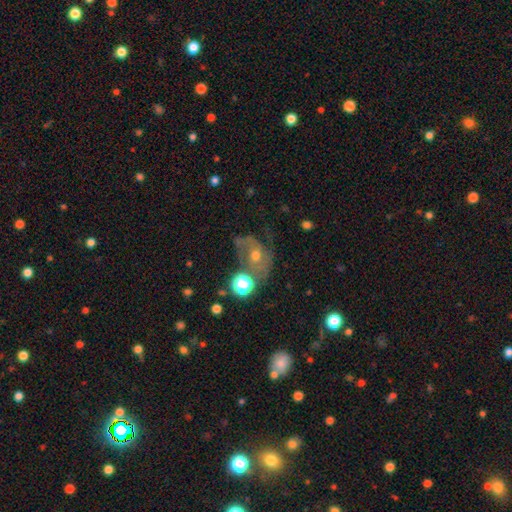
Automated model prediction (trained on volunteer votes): A featured or disk galaxy (54%) with no bar (72%), spiral arms (71%) and a moderate central bulge (62%). Merging: none (41%).